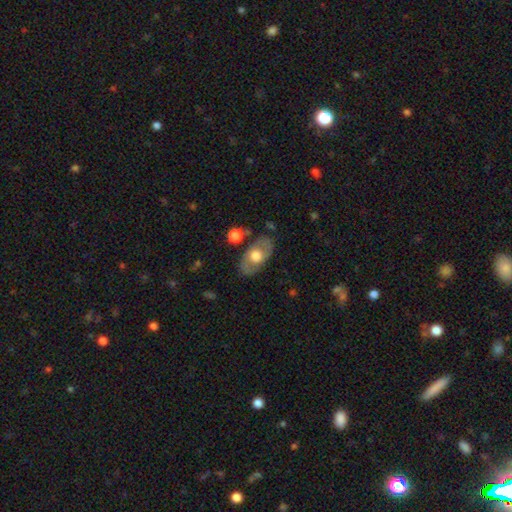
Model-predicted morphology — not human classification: type=smooth (48%); merging=none (79%).